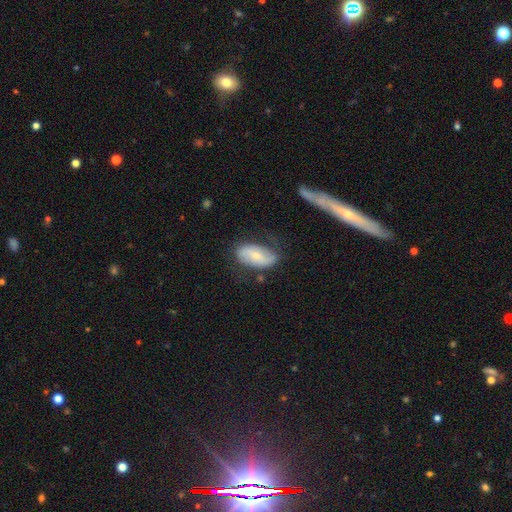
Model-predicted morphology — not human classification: featured or disk 48%, smooth 46%, star or artifact 7%. Down the decision tree: merging — none (61%).